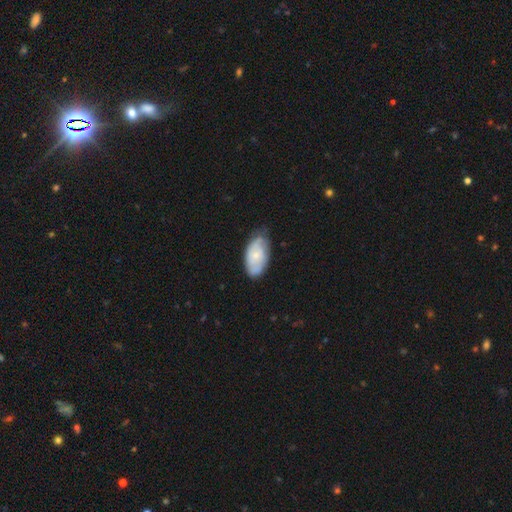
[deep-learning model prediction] A featured or disk galaxy (48%).

Vote fractions:
- Smooth or featured? featured or disk: 48% / smooth: 47% / star or artifact: 6%
- Merging? none: 63% / minor disturbance: 29% / major disturbance: 6% / merger: 2%